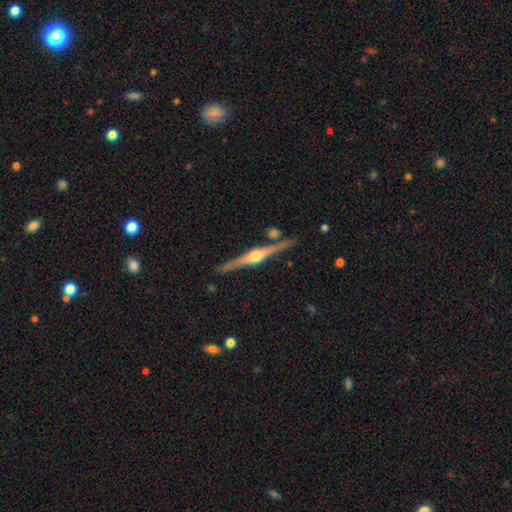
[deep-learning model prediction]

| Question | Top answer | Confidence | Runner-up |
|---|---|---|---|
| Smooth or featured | featured or disk | 86% | smooth (9%) |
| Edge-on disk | yes | 98% | no (2%) |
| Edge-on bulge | rounded | 94% | boxy (5%) |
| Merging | none | 86% | minor disturbance (8%) |